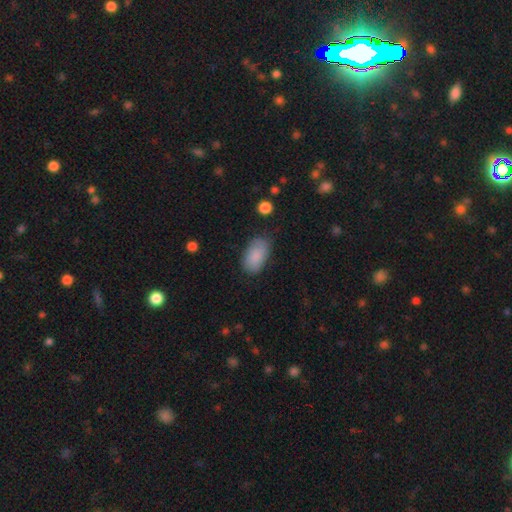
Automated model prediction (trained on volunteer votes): Smooth or featured: smooth — 83% (featured or disk — 11%)
How rounded: in between — 94% (round — 5%)
Merging: none — 76% (minor disturbance — 18%)